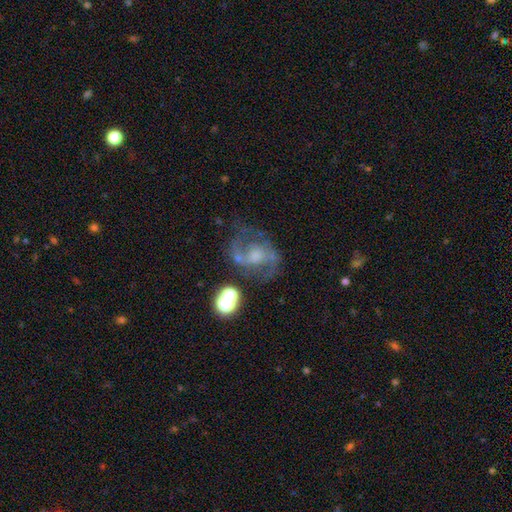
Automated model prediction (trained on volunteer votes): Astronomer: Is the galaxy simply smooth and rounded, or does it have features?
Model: featured or disk — 80%.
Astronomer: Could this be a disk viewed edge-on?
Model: no — 98%.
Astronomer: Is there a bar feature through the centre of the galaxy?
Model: no — 48% (runner-up: weak, 41%).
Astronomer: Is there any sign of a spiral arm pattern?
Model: yes — 93%.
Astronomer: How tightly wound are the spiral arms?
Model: medium — 55% (runner-up: loose, 31%).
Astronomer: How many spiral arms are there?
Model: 2 — 89%.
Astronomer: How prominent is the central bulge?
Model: moderate — 40% (runner-up: small, 28%).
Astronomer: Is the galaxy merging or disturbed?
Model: none — 62%.